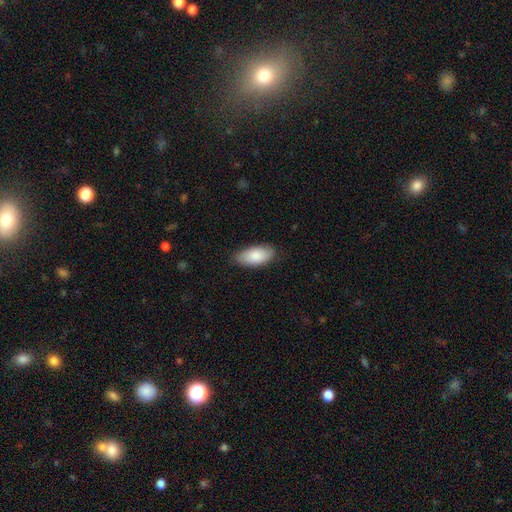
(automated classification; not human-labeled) This is clearly a smooth galaxy (86%). How rounded: clearly in between (92%). Merging: clearly none (82%).